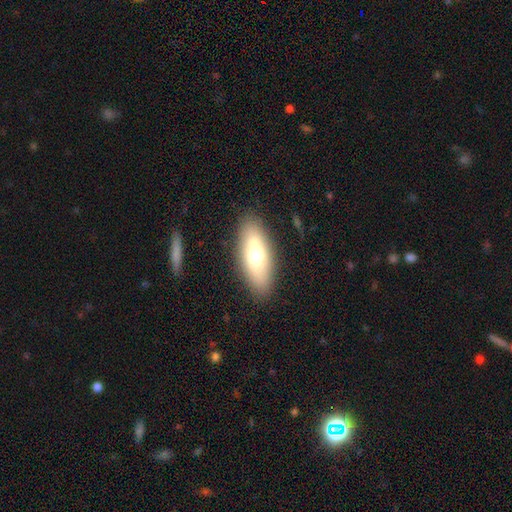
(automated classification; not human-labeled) Smooth or featured? Predicted: smooth (p=0.62). How rounded? Predicted: in between (p=0.79). Merging? Predicted: none (p=0.74).